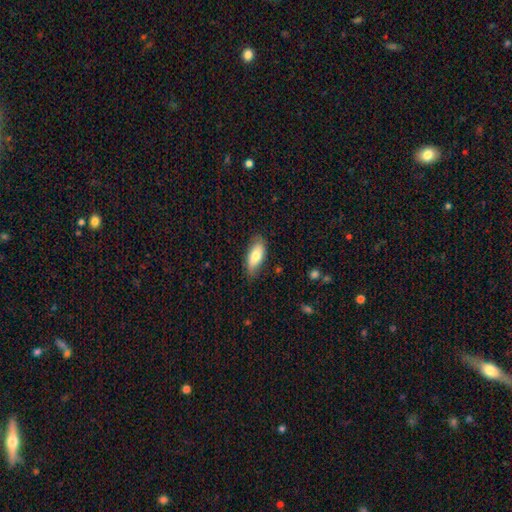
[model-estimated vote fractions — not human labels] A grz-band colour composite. It shows a smooth galaxy with no disk features (74%) that is in between round and cigar-shaped (84%). Merging: none (75%).